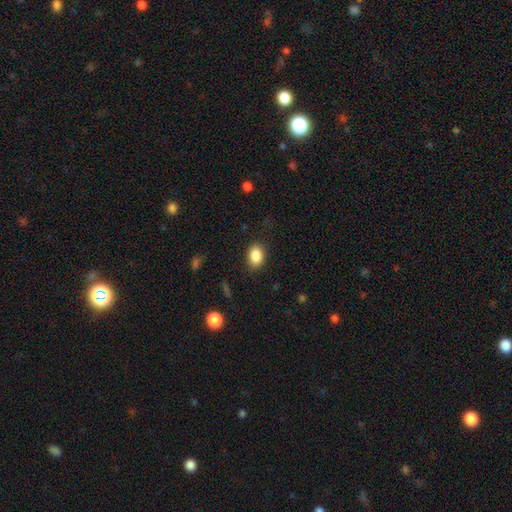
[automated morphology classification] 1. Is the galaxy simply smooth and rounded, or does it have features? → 87% smooth, 8% star or artifact, 5% featured or disk.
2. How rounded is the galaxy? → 77% in between, 22% round, 1% cigar-shaped.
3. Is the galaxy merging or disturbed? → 85% none, 10% minor disturbance, 3% major disturbance, 1% merger.